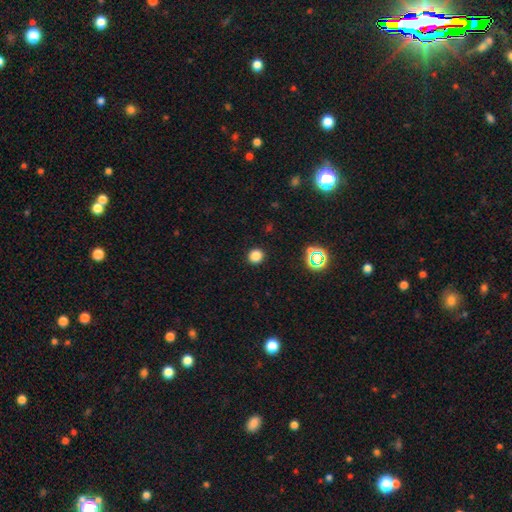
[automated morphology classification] smooth 81%, star or artifact 15%, featured or disk 4%. Down the decision tree: how rounded — round (91%); merging — none (92%).